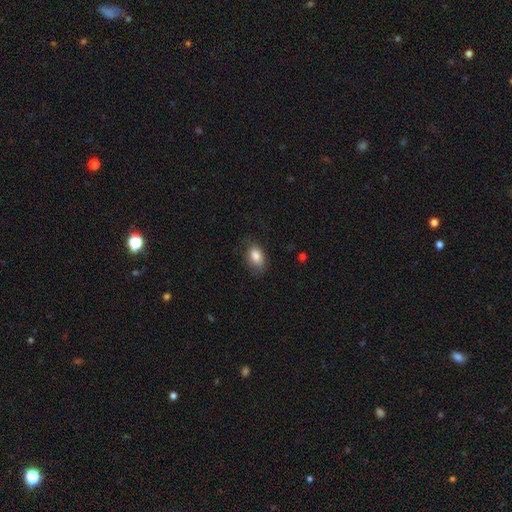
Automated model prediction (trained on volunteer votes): Smooth or featured? Predicted: smooth (p=0.83). How rounded? Predicted: in between (p=0.87). Merging? Predicted: none (p=0.68).